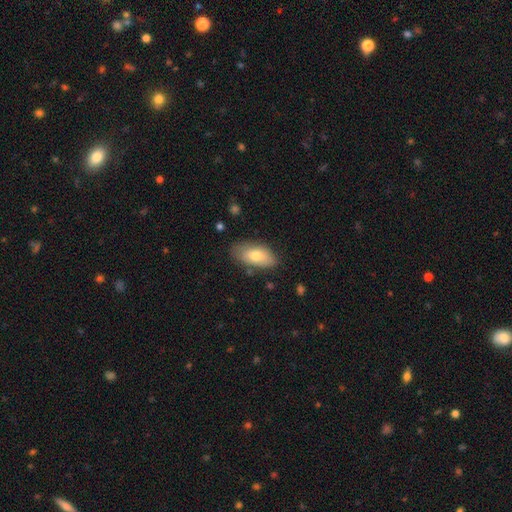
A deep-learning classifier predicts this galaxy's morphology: The model was most divided on "smooth or featured": smooth: 73%, featured or disk: 20%, star or artifact: 7%. More confident: how rounded — in between (91%); merging — none (77%).